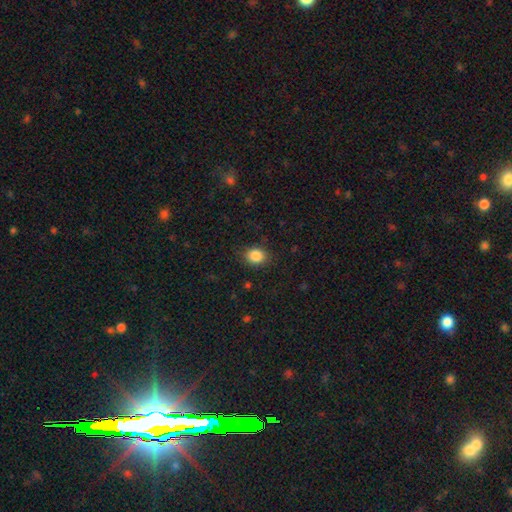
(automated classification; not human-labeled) A smooth galaxy with no disk features (86%) that is round (61%).

Vote fractions:
- Smooth or featured? smooth: 86% / star or artifact: 10% / featured or disk: 4%
- How rounded? round: 61% / in between: 38% / cigar-shaped: 1%
- Merging? none: 85% / minor disturbance: 11% / major disturbance: 3% / merger: 1%